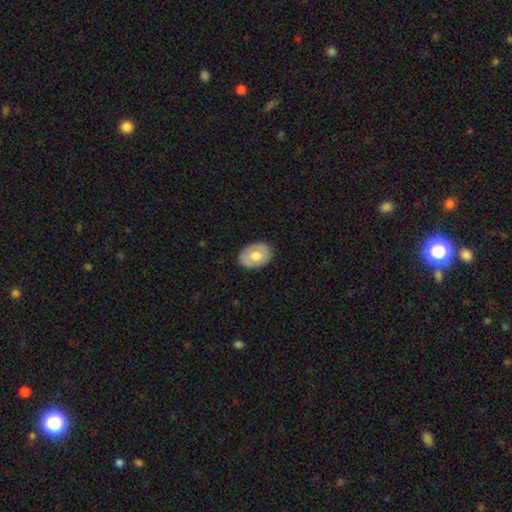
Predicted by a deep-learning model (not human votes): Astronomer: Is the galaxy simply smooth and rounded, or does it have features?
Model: smooth — 67%.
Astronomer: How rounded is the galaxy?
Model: in between — 76%.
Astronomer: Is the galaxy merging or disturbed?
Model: none — 85%.